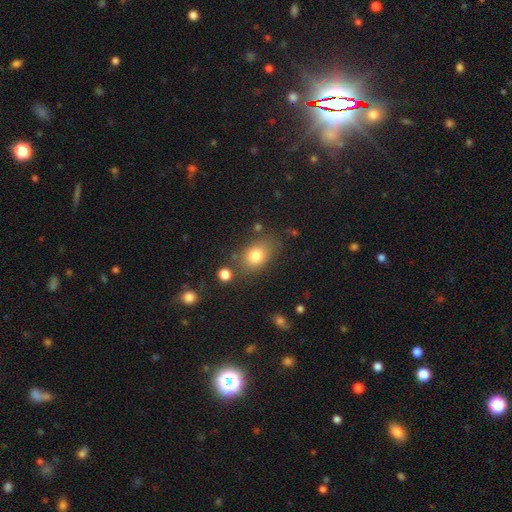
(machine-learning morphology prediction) type=smooth (79%); roundness=in between (70%); merging=none (73%).